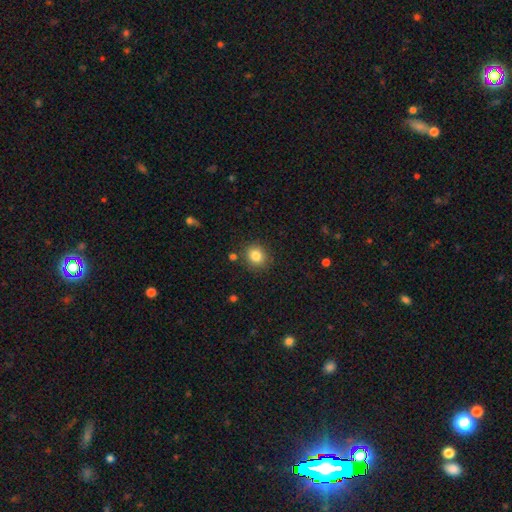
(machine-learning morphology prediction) This is clearly a smooth galaxy (83%). How rounded: likely round (75%). Merging: clearly none (85%).